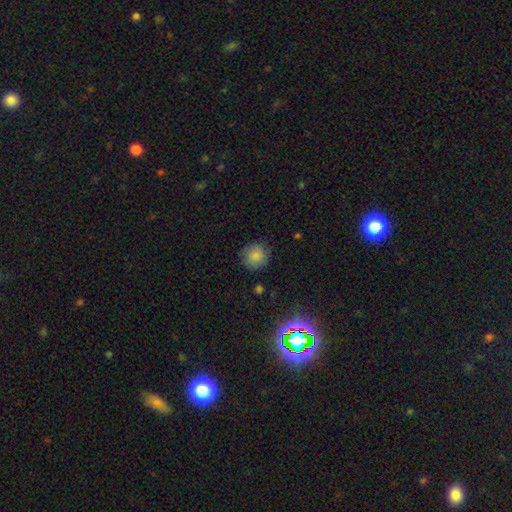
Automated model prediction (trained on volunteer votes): Morphology: type=smooth (83%); roundness=round (89%); merging=none (83%).